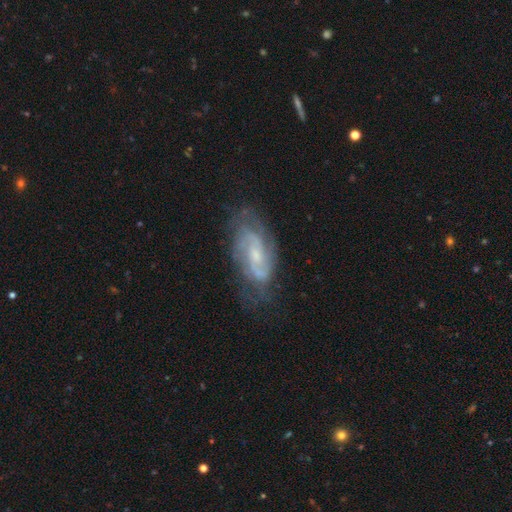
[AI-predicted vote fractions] Overall: featured or disk (79%). Edge-on disk: no (94%). Bar: weak (46%; no 44%). Spiral arms: yes (92%). Spiral arm count: 2 (60%; can't tell 22%). Spiral winding: medium (46%; tight 35%). Bulge size: small (54%; moderate 34%). Merging: none (68%).